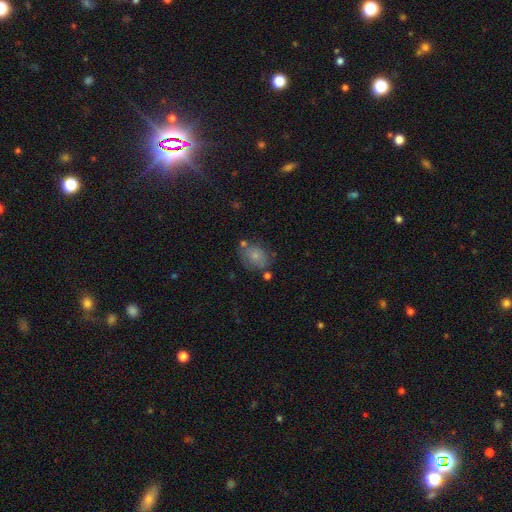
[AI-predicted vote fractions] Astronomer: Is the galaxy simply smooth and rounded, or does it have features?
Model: smooth — 73%.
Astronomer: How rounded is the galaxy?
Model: in between — 56% (runner-up: round, 43%).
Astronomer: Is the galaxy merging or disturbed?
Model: none — 60%.